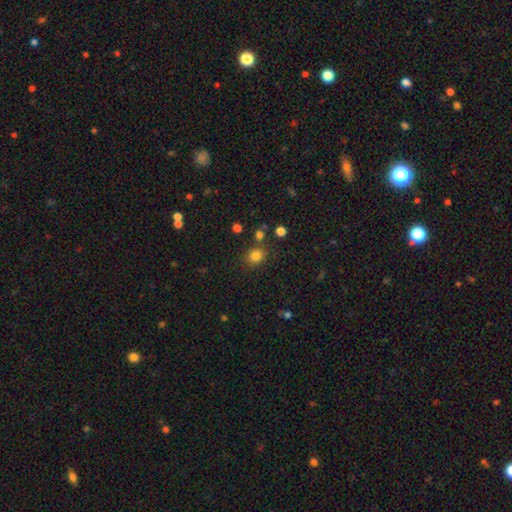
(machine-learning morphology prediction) The model was most divided on "how rounded": round: 74%, in between: 25%, cigar-shaped: 1%. More confident: smooth or featured — smooth (81%); merging — none (77%).